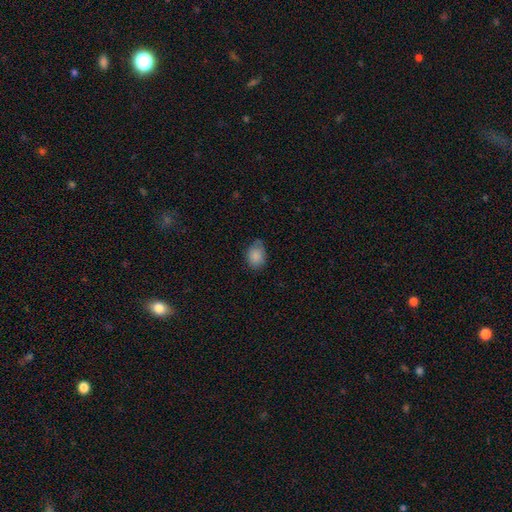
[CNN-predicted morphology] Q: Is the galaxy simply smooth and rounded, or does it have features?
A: smooth — 86%.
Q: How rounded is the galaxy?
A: in between — 70%.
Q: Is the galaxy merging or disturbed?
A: none — 62%.